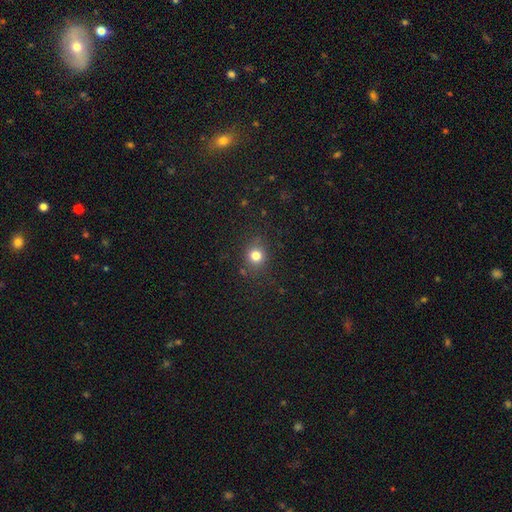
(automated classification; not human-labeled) Smooth or featured: smooth — 79% (star or artifact — 14%)
How rounded: round — 82% (in between — 17%)
Merging: none — 84% (minor disturbance — 11%)